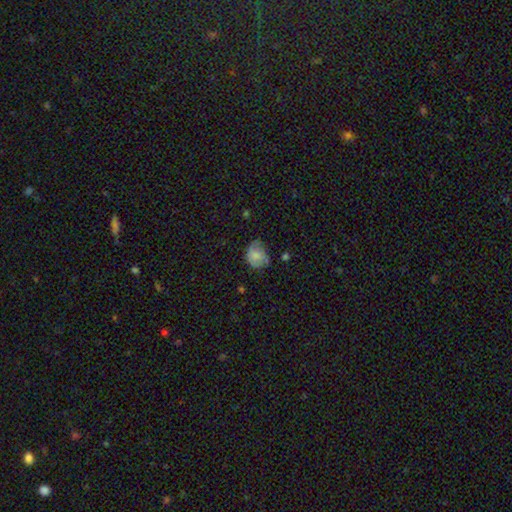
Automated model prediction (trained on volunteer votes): smooth 75%, featured or disk 16%, star or artifact 9%. Down the decision tree: how rounded — round (53%); merging — none (46%).